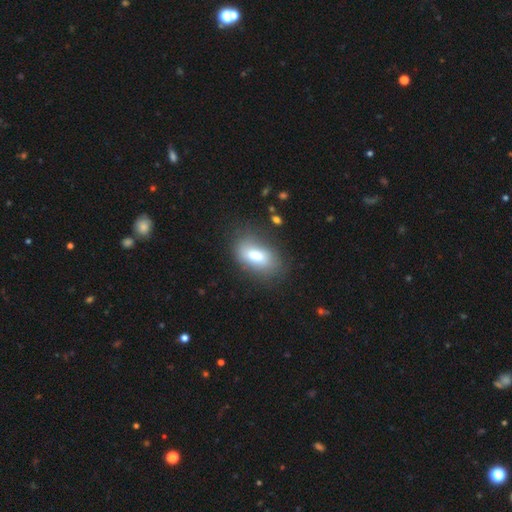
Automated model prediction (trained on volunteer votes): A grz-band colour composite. It shows a smooth galaxy with no disk features (72%) that is in between round and cigar-shaped (88%). Merging: none (71%).